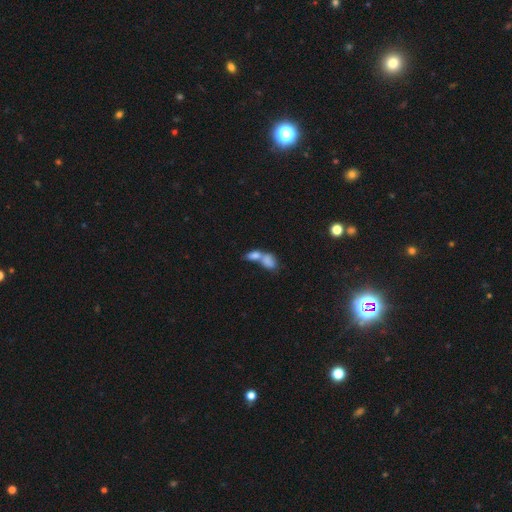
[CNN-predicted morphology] smooth 77%, featured or disk 14%, star or artifact 9%. Down the decision tree: how rounded — in between (83%); merging — merger (72%).